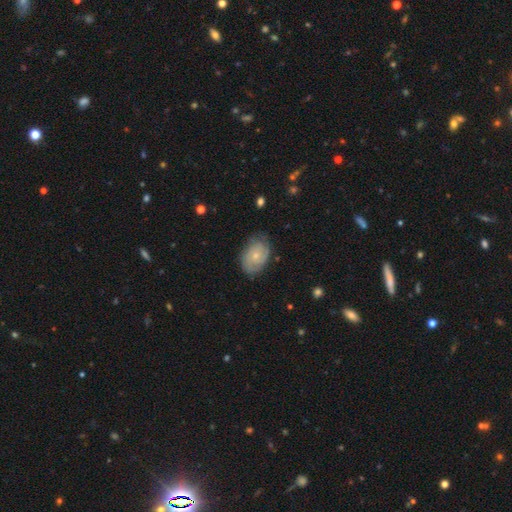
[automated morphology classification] Smooth or featured?
  - featured or disk: 56% *
  - smooth: 37%
  - star or artifact: 7%
Edge-on disk?
  - no: 96% *
  - yes: 4%
Bar?
  - no: 80% *
  - weak: 18%
  - strong: 2%
Spiral arms?
  - yes: 81% *
  - no: 19%
Bulge size?
  - small: 66% *
  - moderate: 30%
  - none: 2%
  - large: 1%
  - dominant: 1%
Merging?
  - none: 72% *
  - minor disturbance: 22%
  - major disturbance: 5%
  - merger: 1%